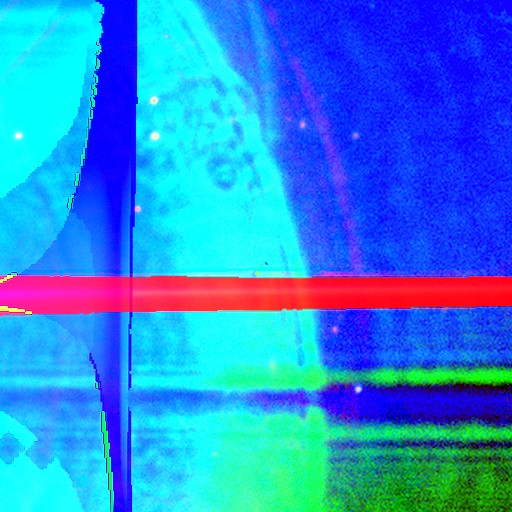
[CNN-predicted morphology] Smooth or featured? star or artifact (87%)